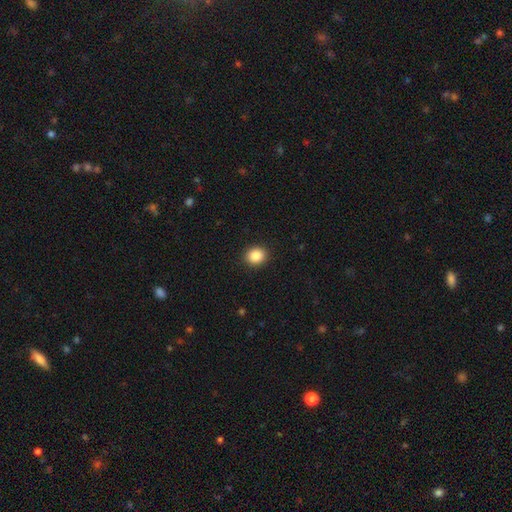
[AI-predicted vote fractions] A smooth galaxy with no disk features (87%) that is round (69%).

Vote fractions:
- Smooth or featured? smooth: 87% / star or artifact: 9% / featured or disk: 4%
- How rounded? round: 69% / in between: 30% / cigar-shaped: 1%
- Merging? none: 91% / minor disturbance: 6% / major disturbance: 2% / merger: 1%